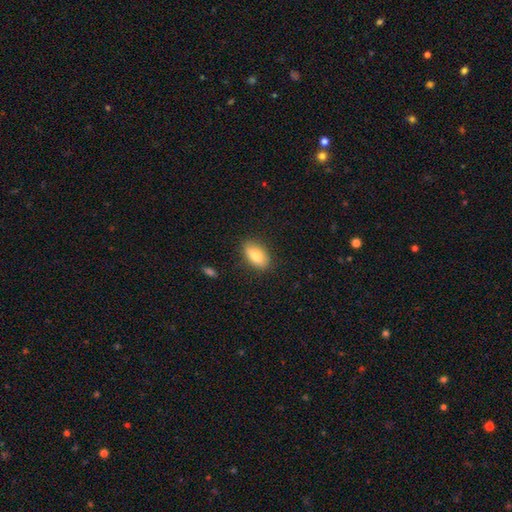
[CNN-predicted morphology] smooth 79%, featured or disk 14%, star or artifact 7%. Down the decision tree: how rounded — in between (89%); merging — none (85%).